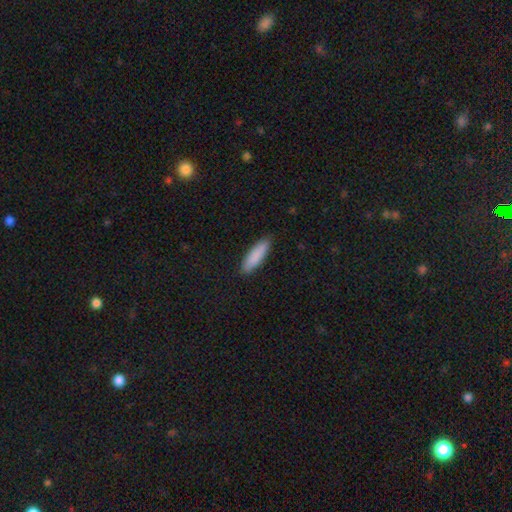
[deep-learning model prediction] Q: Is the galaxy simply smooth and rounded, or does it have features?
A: smooth — 88%.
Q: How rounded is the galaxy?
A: cigar-shaped — 62%.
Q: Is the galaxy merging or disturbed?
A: none — 87%.